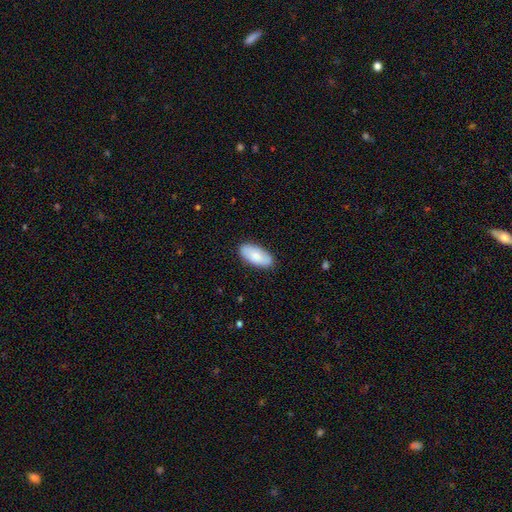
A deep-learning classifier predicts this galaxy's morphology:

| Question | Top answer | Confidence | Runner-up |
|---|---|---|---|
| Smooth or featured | smooth | 81% | featured or disk (13%) |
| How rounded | in between | 93% | cigar-shaped (5%) |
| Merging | none | 86% | minor disturbance (11%) |